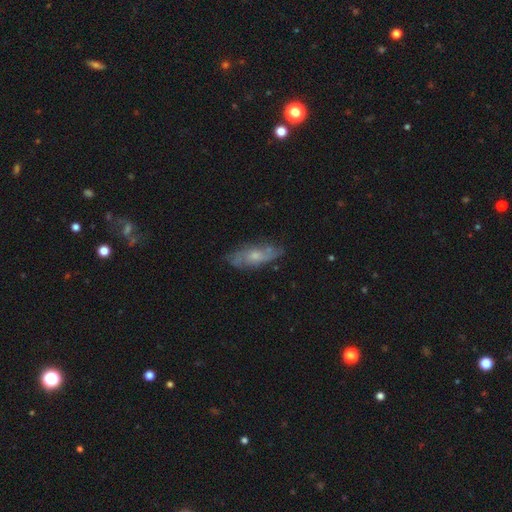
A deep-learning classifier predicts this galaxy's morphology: Q: Smooth or featured?
A: featured or disk (57%); runner-up: smooth (35%)
Q: Edge-on disk?
A: no (78%); runner-up: yes (22%)
Q: Merging?
A: none (71%); runner-up: minor disturbance (20%)